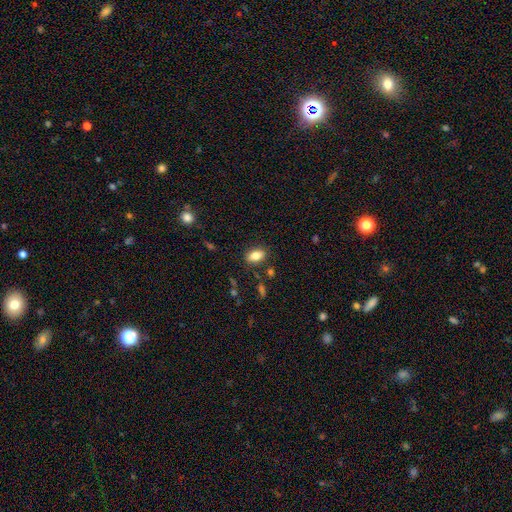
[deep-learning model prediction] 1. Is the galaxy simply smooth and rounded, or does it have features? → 82% smooth, 10% featured or disk, 8% star or artifact.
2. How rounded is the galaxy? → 87% in between, 9% round, 4% cigar-shaped.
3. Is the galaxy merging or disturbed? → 84% none, 10% minor disturbance, 3% major disturbance, 3% merger.